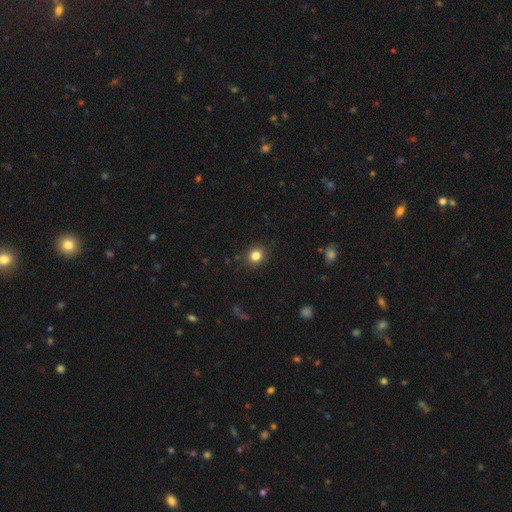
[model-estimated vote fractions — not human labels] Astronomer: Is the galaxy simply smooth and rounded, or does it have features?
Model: smooth — 83%.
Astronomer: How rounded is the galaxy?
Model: round — 77%.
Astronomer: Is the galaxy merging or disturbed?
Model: none — 89%.